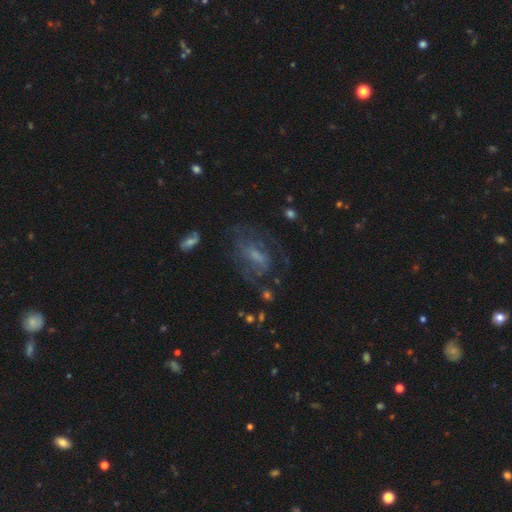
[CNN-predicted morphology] smooth_or_featured: featured or disk (p=0.62) [alt: smooth p=0.24]
disk_edge_on: no (p=0.94) [alt: yes p=0.06]
bar: weak (p=0.46) [alt: no p=0.38]
has_spiral_arms: yes (p=0.70) [alt: no p=0.30]
bulge_size: small (p=0.39) [alt: moderate p=0.30]
merging: none (p=0.54) [alt: major disturbance p=0.24]